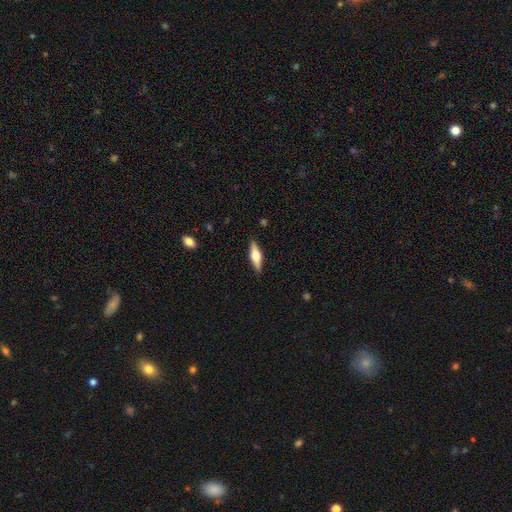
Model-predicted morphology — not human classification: A featured or disk galaxy (52%) viewed edge-on (94%).

Vote fractions:
- Smooth or featured? featured or disk: 52% / smooth: 42% / star or artifact: 6%
- Edge-on disk? yes: 94% / no: 6%
- Merging? none: 89% / minor disturbance: 8% / major disturbance: 2% / merger: 1%